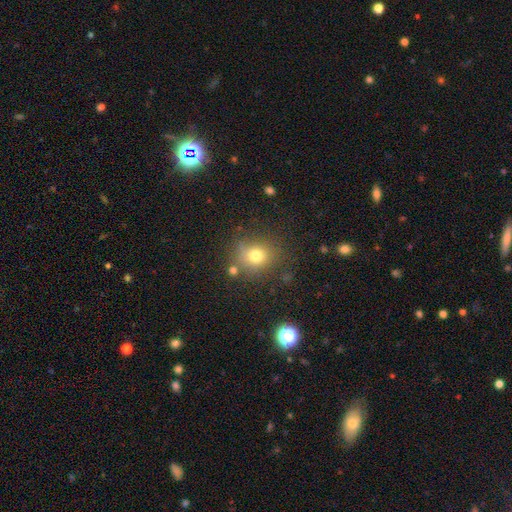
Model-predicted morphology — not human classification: Q: Smooth or featured?
A: smooth (73%); runner-up: star or artifact (16%)
Q: How rounded?
A: round (76%); runner-up: in between (23%)
Q: Merging?
A: none (73%); runner-up: minor disturbance (15%)